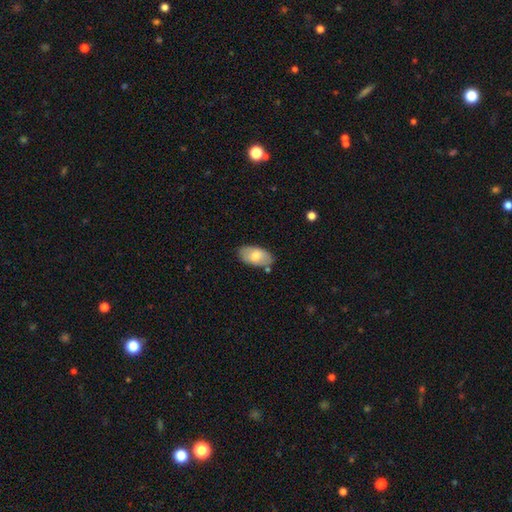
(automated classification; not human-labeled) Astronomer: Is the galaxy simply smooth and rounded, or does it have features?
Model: smooth — 75%.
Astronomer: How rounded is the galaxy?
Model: in between — 95%.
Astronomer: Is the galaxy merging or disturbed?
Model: none — 77%.